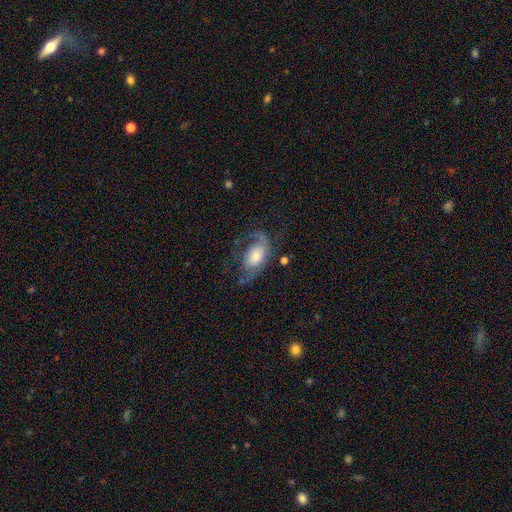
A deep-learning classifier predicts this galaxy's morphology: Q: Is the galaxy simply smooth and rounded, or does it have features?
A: featured or disk — 60%.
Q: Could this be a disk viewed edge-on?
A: no — 94%.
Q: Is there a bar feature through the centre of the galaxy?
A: no — 68%.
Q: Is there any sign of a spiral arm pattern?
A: yes — 82%.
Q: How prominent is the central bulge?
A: large — 38%.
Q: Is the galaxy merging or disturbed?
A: none — 44%.